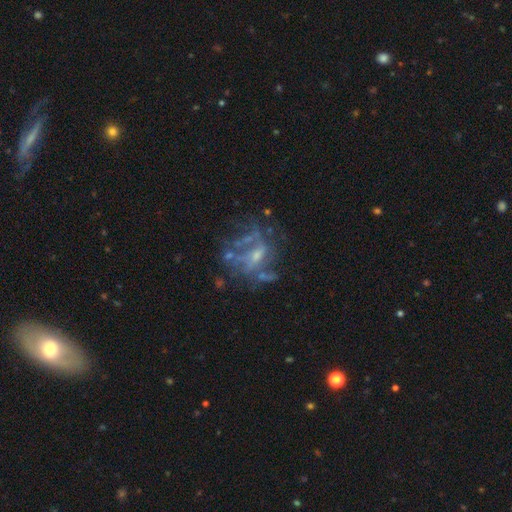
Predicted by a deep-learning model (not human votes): The model was most divided on "spiral arms": no: 55%, yes: 45%. Remaining: edge-on disk — no (96%); smooth or featured — featured or disk (69%); bar — no (53%); bulge size — small (51%); merging — none (50%).